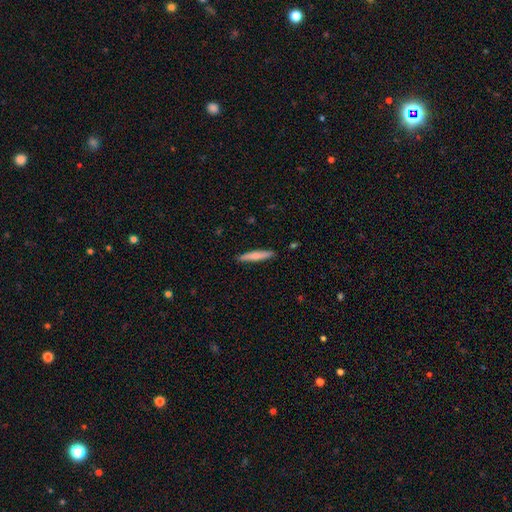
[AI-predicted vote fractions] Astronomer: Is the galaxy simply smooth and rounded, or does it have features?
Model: smooth — 64%.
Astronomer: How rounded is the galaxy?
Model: cigar-shaped — 91%.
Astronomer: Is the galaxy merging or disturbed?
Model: none — 89%.